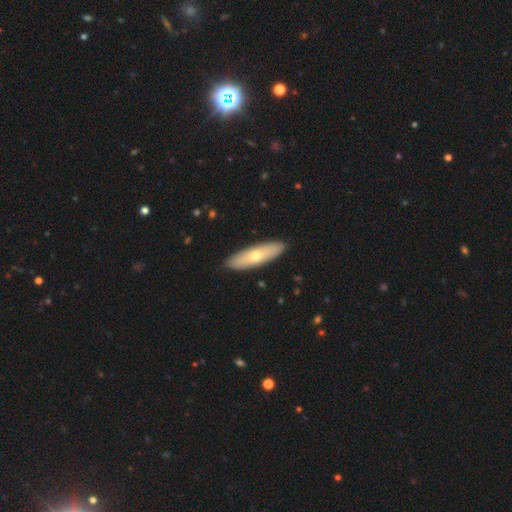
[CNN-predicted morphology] Smooth or featured? Predicted: smooth (p=0.59). How rounded? Predicted: cigar-shaped (p=0.55). Merging? Predicted: none (p=0.91).